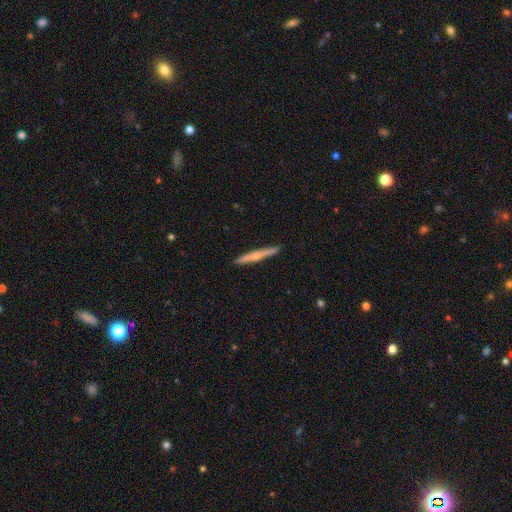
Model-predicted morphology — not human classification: A featured or disk galaxy (55%) viewed edge-on (97%) with a rounded central bulge (71%). Merging: none (91%).